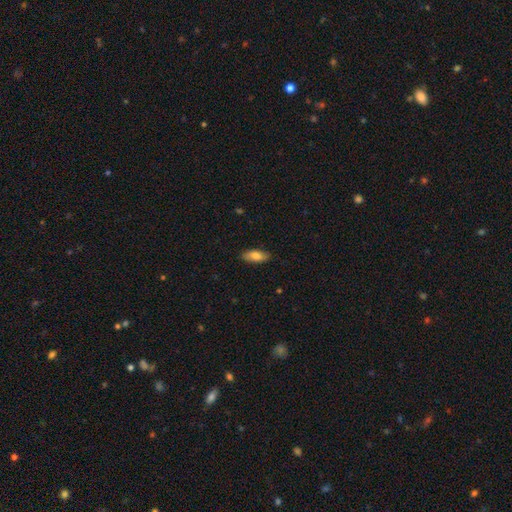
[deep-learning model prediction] A smooth galaxy with no disk features (78%) that is in between round and cigar-shaped (79%).

Vote fractions:
- Smooth or featured? smooth: 78% / featured or disk: 15% / star or artifact: 7%
- How rounded? in between: 79% / cigar-shaped: 18% / round: 2%
- Merging? none: 84% / minor disturbance: 13% / major disturbance: 2% / merger: 1%